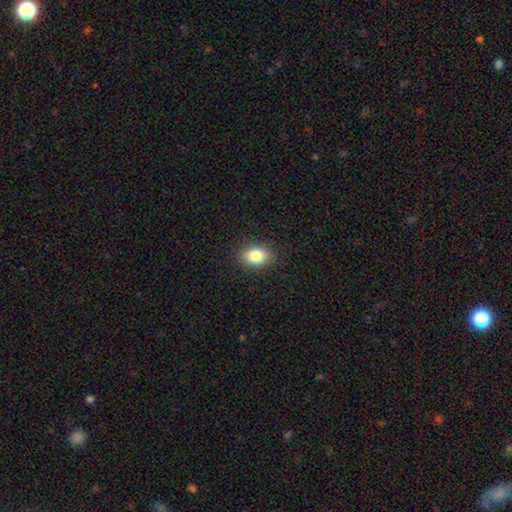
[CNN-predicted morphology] This appears to be a smooth galaxy with no disk features (84%) that is in between round and cigar-shaped (75%). Merging: none (89%).